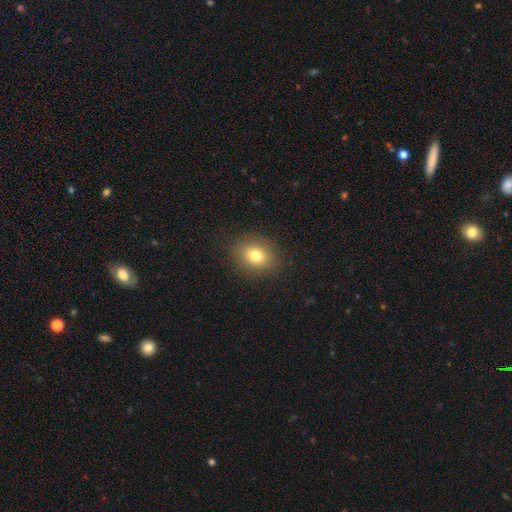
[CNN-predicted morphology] This is likely a smooth galaxy (78%). How rounded: possibly round (53%). Merging: clearly none (89%).